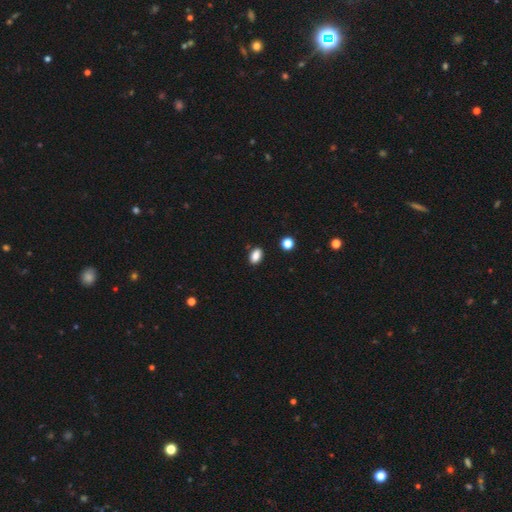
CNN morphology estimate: Smooth or featured?
  - smooth: 86% *
  - star or artifact: 9%
  - featured or disk: 4%
How rounded?
  - in between: 89% *
  - round: 9%
  - cigar-shaped: 2%
Merging?
  - none: 87% *
  - minor disturbance: 9%
  - merger: 2%
  - major disturbance: 2%